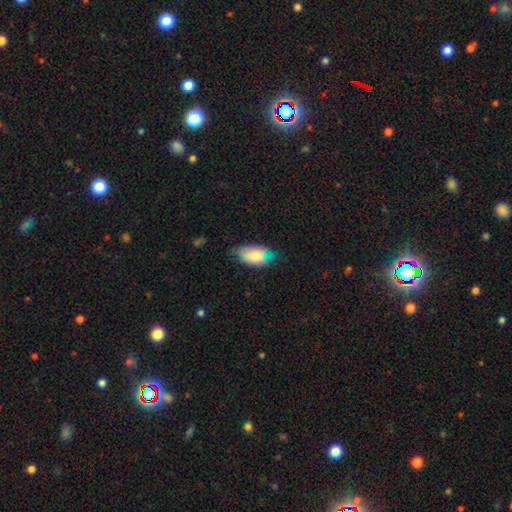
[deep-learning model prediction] A smooth galaxy with no disk features (73%) that is in between round and cigar-shaped (91%). Merging: none (60%).